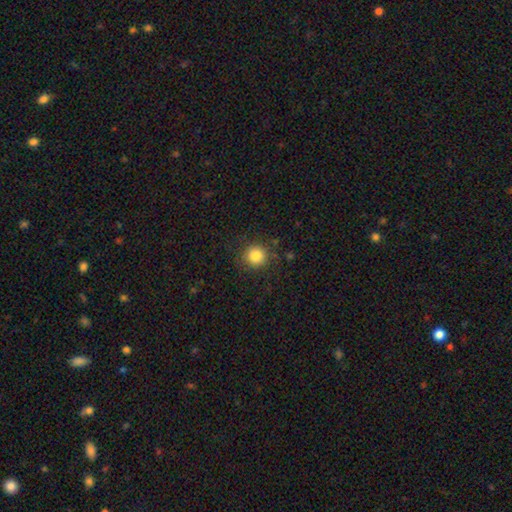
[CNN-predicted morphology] Smooth or featured? smooth (83%)
How rounded? round (93%)
Merging? none (87%)